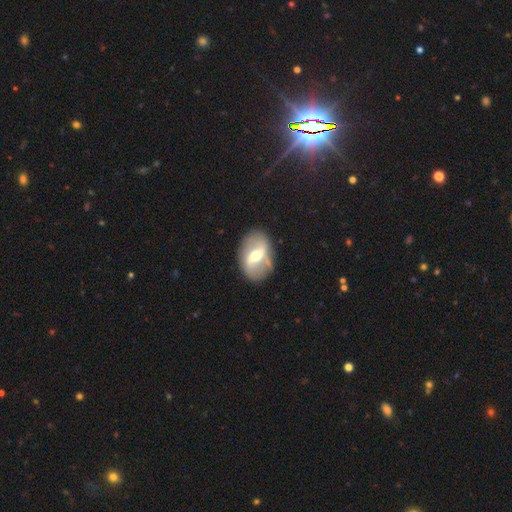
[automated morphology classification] type=featured or disk (68%); edge-on=no (92%); bar=strong (51%); spiral arms=yes (51%); bulge=moderate (68%); merging=none (78%).